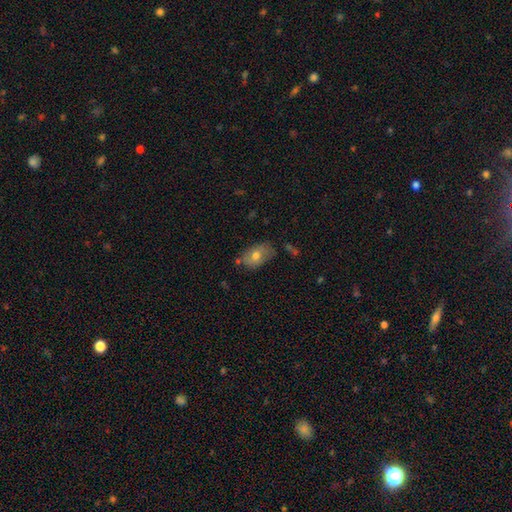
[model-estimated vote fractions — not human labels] smooth 68%, featured or disk 24%, star or artifact 9%. Down the decision tree: how rounded — in between (88%); merging — none (68%).